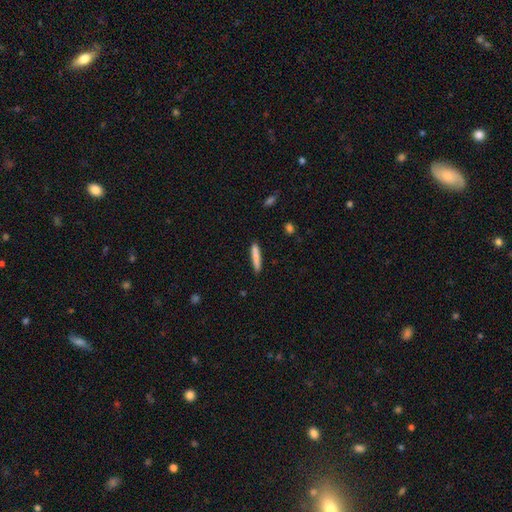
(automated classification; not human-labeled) A smooth galaxy with no disk features (83%) that is cigar-shaped (92%).

Vote fractions:
- Smooth or featured? smooth: 83% / featured or disk: 11% / star or artifact: 6%
- How rounded? cigar-shaped: 92% / in between: 6% / round: 1%
- Merging? none: 88% / minor disturbance: 9% / major disturbance: 2% / merger: 1%